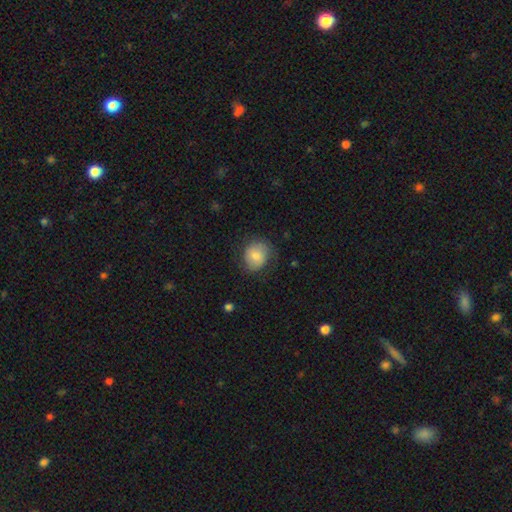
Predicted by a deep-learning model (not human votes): This is likely a smooth galaxy (75%). How rounded: likely round (68%). Merging: likely none (71%).